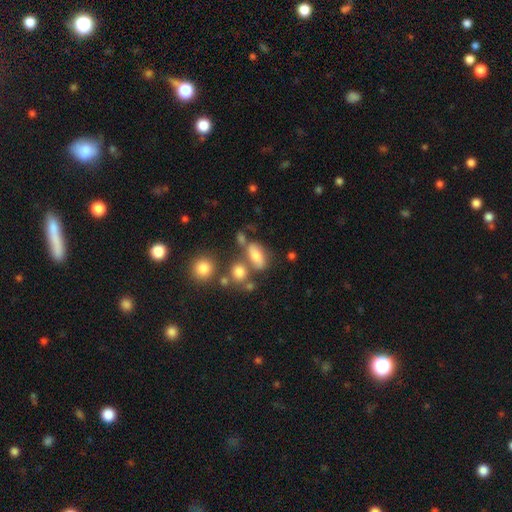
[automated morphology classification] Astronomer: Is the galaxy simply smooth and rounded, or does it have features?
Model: smooth — 70%.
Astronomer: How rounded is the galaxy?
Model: in between — 78%.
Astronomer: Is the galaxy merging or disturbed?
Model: none — 49%.